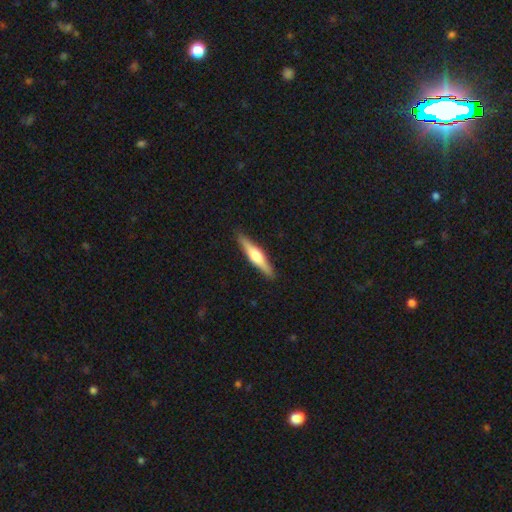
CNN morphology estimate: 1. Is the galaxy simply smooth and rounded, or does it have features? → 55% featured or disk, 39% smooth, 5% star or artifact.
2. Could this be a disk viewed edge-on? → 96% yes, 4% no.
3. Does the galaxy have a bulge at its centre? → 88% rounded, 8% boxy, 4% none.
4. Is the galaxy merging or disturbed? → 90% none, 7% minor disturbance, 1% major disturbance, 1% merger.